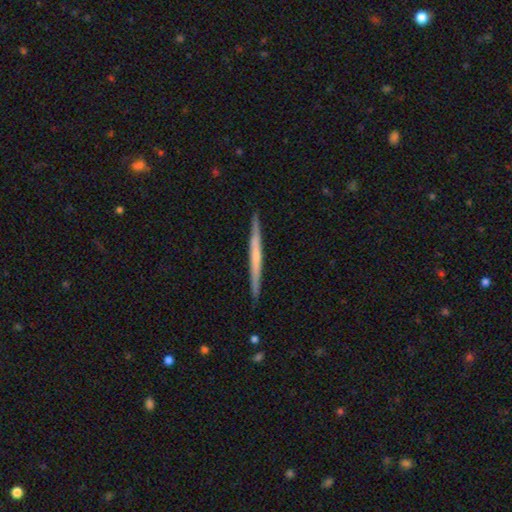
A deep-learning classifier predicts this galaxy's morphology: This appears to be a featured or disk galaxy (57%) viewed edge-on (98%) with no central bulge (76%). Merging: none (91%).